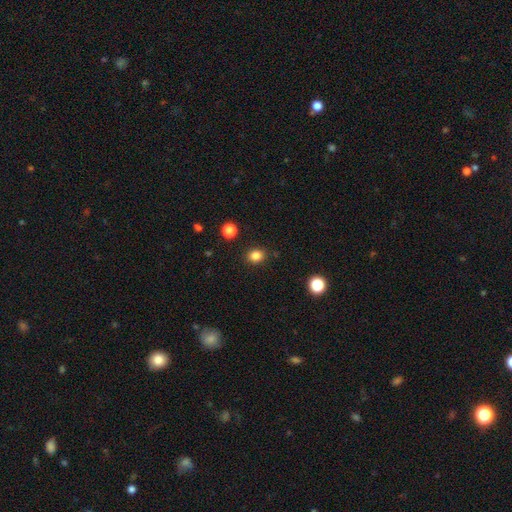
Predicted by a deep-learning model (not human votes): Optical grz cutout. It shows a smooth galaxy with no disk features (84%) that is round (64%). Merging: none (88%).